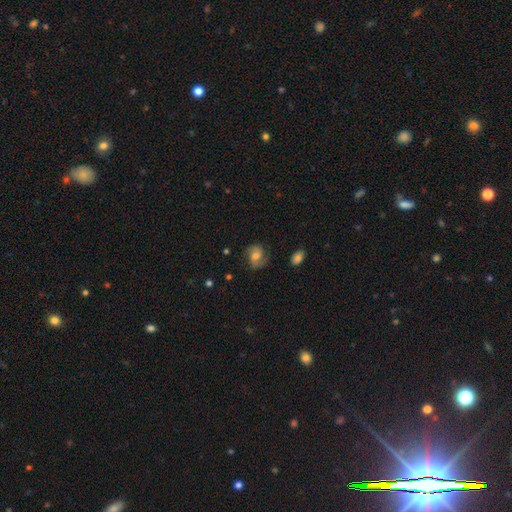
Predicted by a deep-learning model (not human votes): smooth-or-featured: featured or disk: 63% | smooth: 28% | star or artifact: 9%
  disk-edge-on: no: 97% | yes: 3%
    bar: no: 44% (tied) | weak: 44% (tied) | strong: 13%
    has-spiral-arms: yes: 91% | no: 9%
      spiral-winding: medium: 50% | loose: 26% | tight: 23%
      spiral-arm-count: 2: 87% | can't tell: 6% | 1: 4% | 3: 2% | 4: 1% | more than 4: 1%
    bulge-size: moderate: 57% | small: 24% | large: 12% | none: 5% | dominant: 2%
  merging: none: 75% | minor disturbance: 17% | major disturbance: 7% | merger: 2%